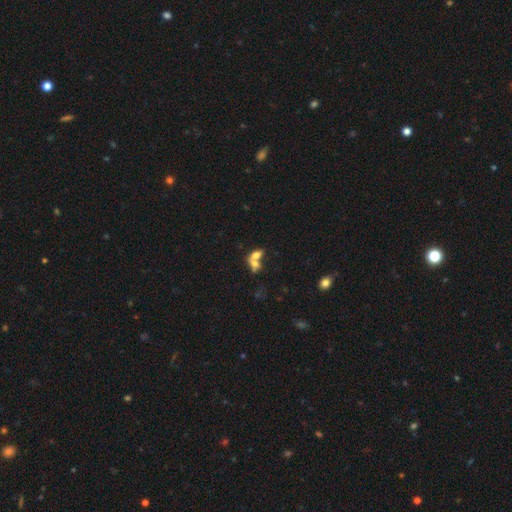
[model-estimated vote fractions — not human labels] Overall: smooth (64%; featured or disk 24%). How rounded: in between (76%). Merging: merger (69%).